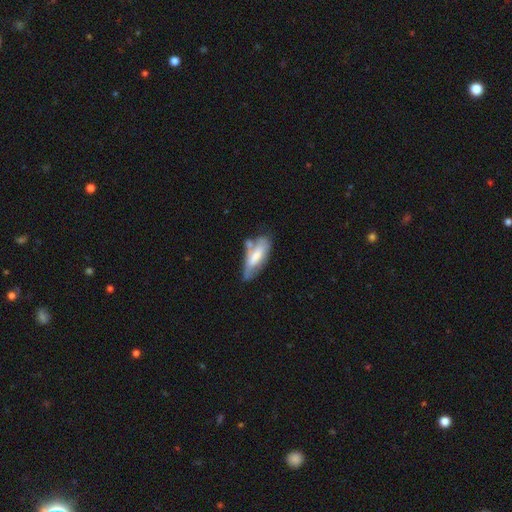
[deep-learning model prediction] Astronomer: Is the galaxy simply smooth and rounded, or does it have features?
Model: smooth — 59% (runner-up: featured or disk, 35%).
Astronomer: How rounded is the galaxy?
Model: in between — 64%.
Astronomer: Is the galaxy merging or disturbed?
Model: none — 36% (runner-up: minor disturbance, 29%).